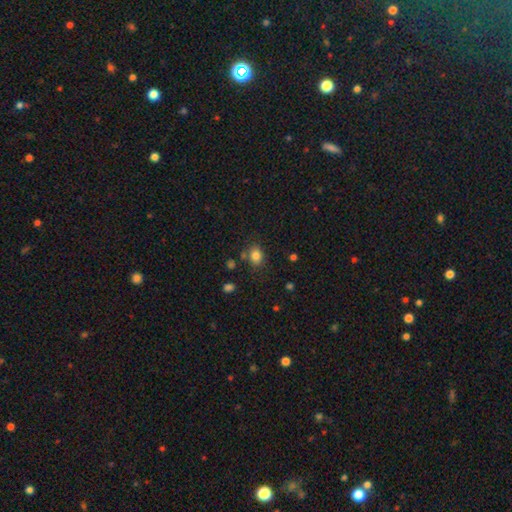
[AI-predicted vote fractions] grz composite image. It shows a smooth galaxy with no disk features (82%) that is in between round and cigar-shaped (56%). Merging: none (75%).